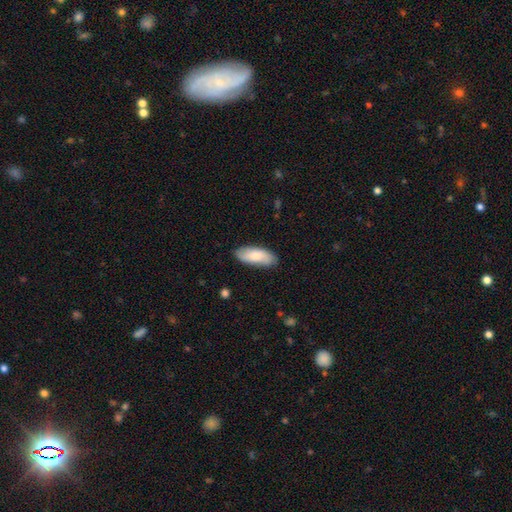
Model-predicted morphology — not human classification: Smooth or featured? smooth (79%)
How rounded? in between (80%)
Merging? none (84%)